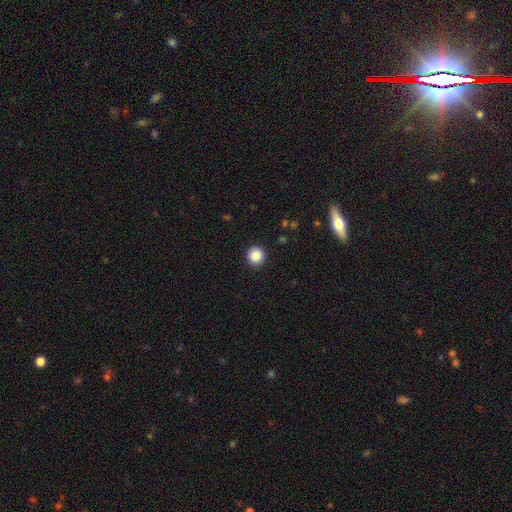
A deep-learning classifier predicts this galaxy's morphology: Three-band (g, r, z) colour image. It shows a smooth galaxy with no disk features (86%) that is round (95%). Merging: none (93%).